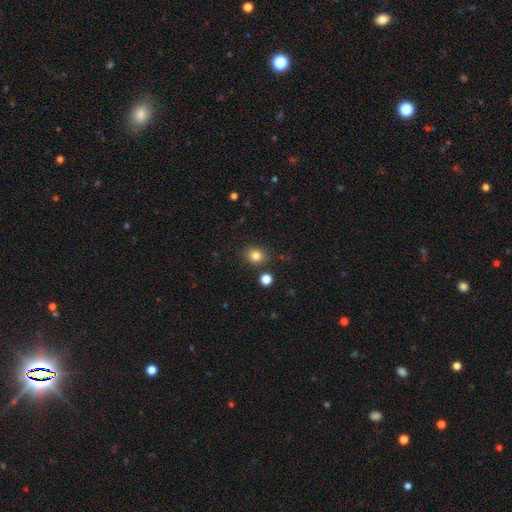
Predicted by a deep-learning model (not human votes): Overall: smooth (82%). How rounded: round (65%; in between 34%). Merging: none (83%).